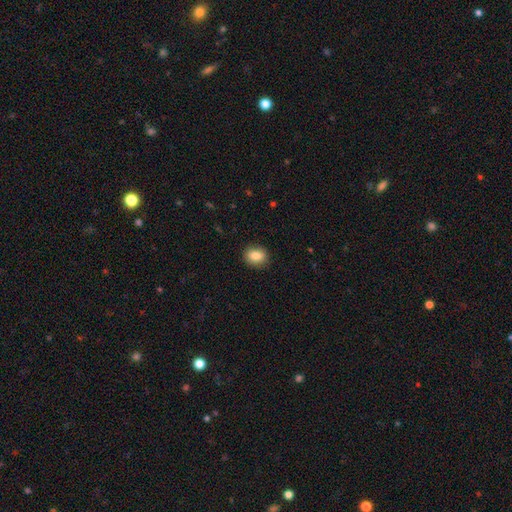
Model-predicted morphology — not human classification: Overall: smooth (86%). How rounded: round (50%; in between 49%). Merging: none (88%).